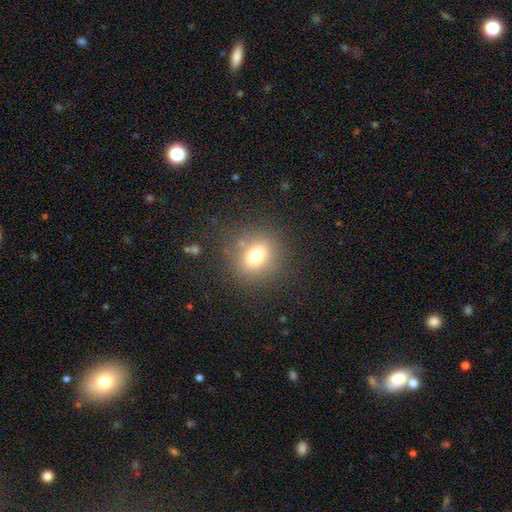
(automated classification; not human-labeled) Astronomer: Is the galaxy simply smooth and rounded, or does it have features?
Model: smooth — 74%.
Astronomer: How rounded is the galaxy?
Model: round — 67%.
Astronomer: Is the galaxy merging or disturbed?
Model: none — 82%.